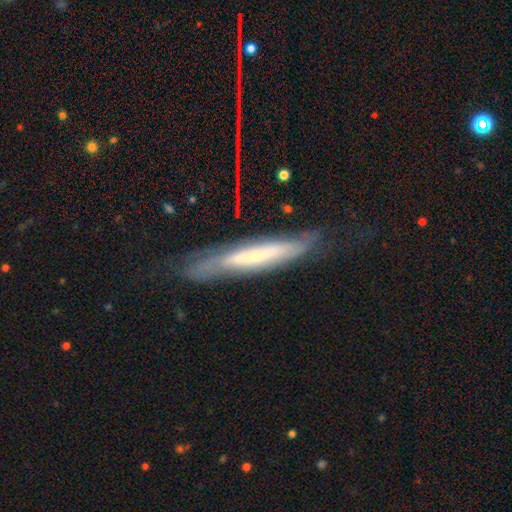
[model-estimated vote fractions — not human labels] Smooth or featured?
  - featured or disk: 60% *
  - smooth: 33%
  - star or artifact: 8%
Edge-on disk?
  - yes: 67% *
  - no: 33%
Merging?
  - none: 60% *
  - minor disturbance: 24%
  - major disturbance: 14%
  - merger: 2%